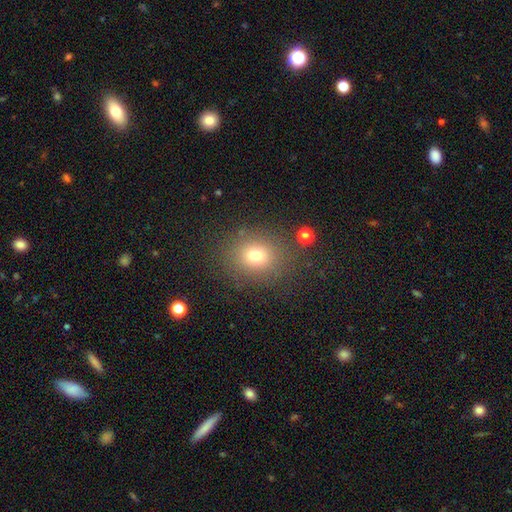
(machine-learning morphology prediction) type=smooth (73%); roundness=round (74%); merging=none (83%).